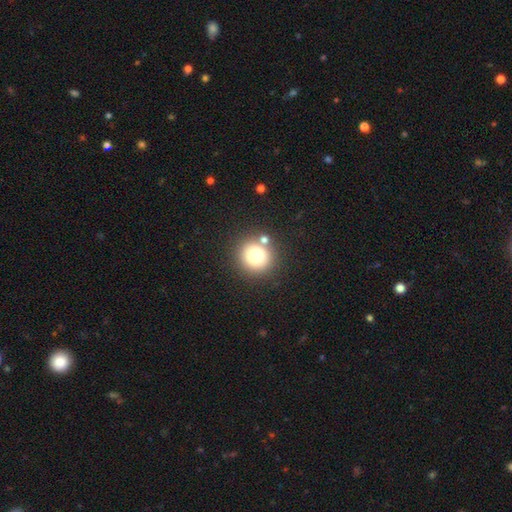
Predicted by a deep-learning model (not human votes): This appears to be a smooth galaxy with no disk features (77%) that is round (91%). Merging: none (79%).